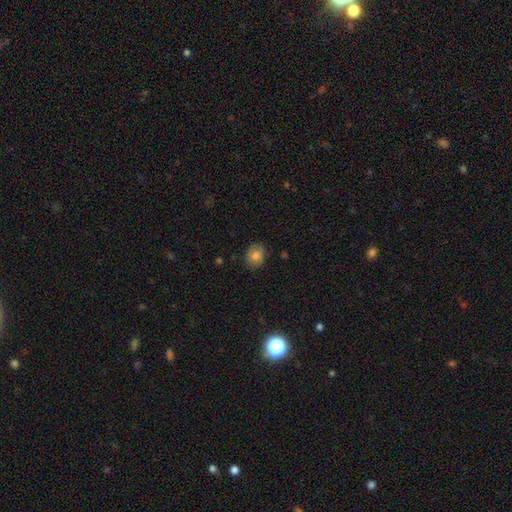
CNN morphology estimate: The model was most divided on "how rounded": round: 53%, in between: 46%, cigar-shaped: 1%. More confident: merging — none (81%); smooth or featured — smooth (78%).